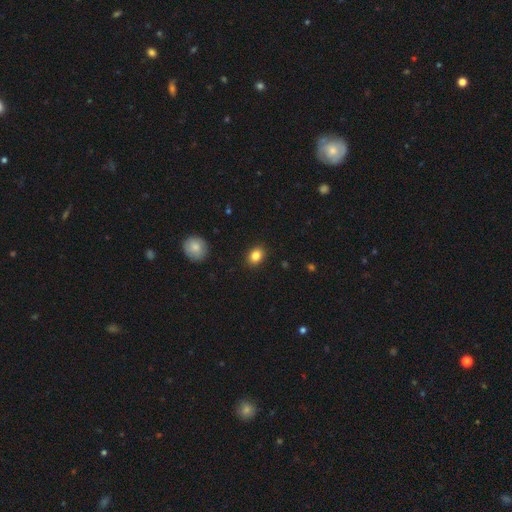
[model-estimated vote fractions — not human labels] smooth-or-featured: smooth: 85% | star or artifact: 9% | featured or disk: 6%
  how-rounded: in between: 63% | round: 36% | cigar-shaped: 1%
  merging: none: 90% | minor disturbance: 7% | major disturbance: 2% | merger: 1%